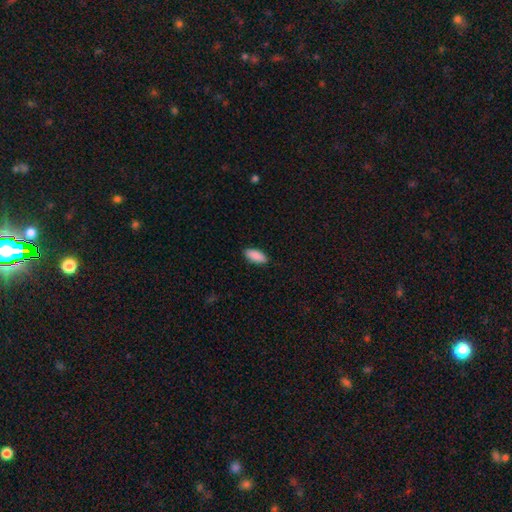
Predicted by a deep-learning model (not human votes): This is clearly a smooth galaxy (90%). How rounded: clearly in between (86%). Merging: clearly none (88%).